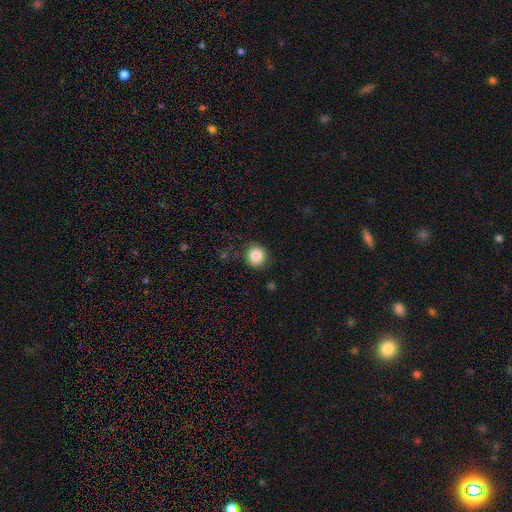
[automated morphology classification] A smooth galaxy with no disk features (85%) that is round (90%). Merging: none (87%).